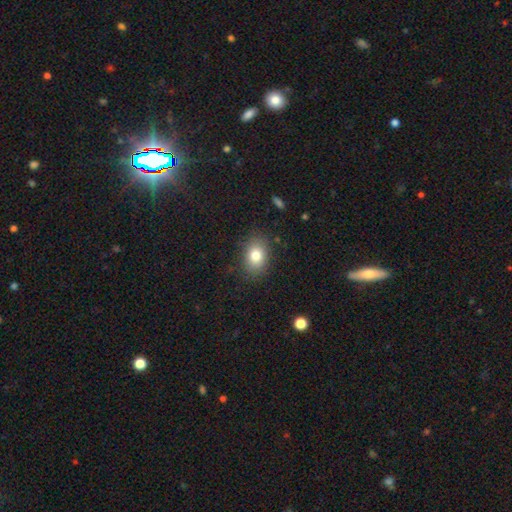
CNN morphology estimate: This is likely a smooth galaxy (80%). How rounded: likely in between (75%). Merging: clearly none (84%).